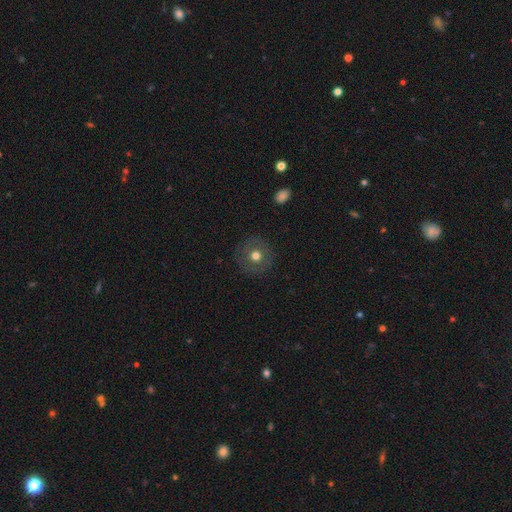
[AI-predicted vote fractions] This appears to be a smooth galaxy with no disk features (62%) that is round (94%). Merging: none (88%).